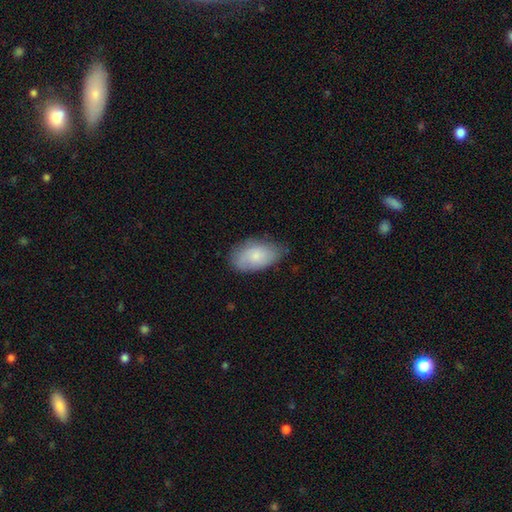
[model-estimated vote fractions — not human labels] Q: Smooth or featured?
A: smooth (76%); runner-up: featured or disk (18%)
Q: How rounded?
A: in between (93%); runner-up: round (5%)
Q: Merging?
A: none (65%); runner-up: minor disturbance (28%)